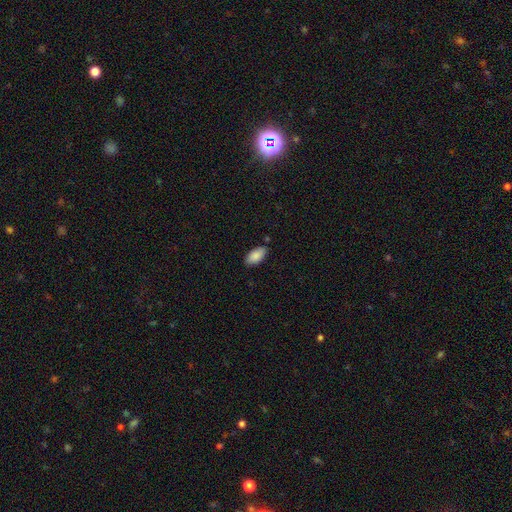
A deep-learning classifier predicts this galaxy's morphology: Smooth or featured? Predicted: smooth (p=0.88). How rounded? Predicted: in between (p=0.94). Merging? Predicted: none (p=0.82).